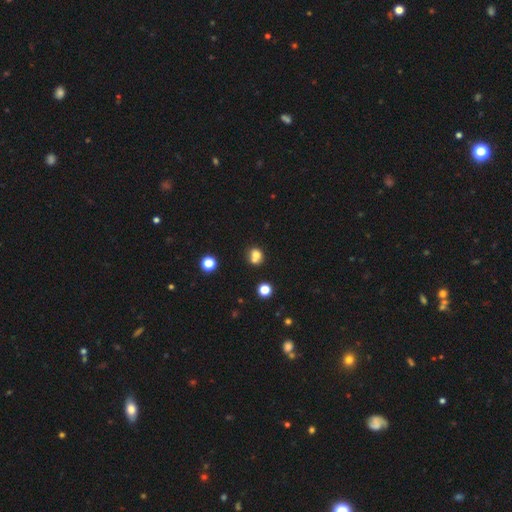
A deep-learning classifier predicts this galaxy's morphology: A smooth galaxy with no disk features (72%) that is round (73%). Merging: merger (46%).